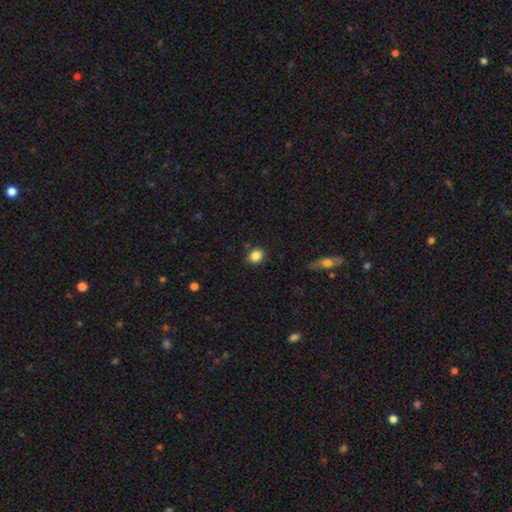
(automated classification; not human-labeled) Smooth or featured: smooth — 86% (star or artifact — 10%)
How rounded: round — 67% (in between — 32%)
Merging: none — 84% (minor disturbance — 11%)